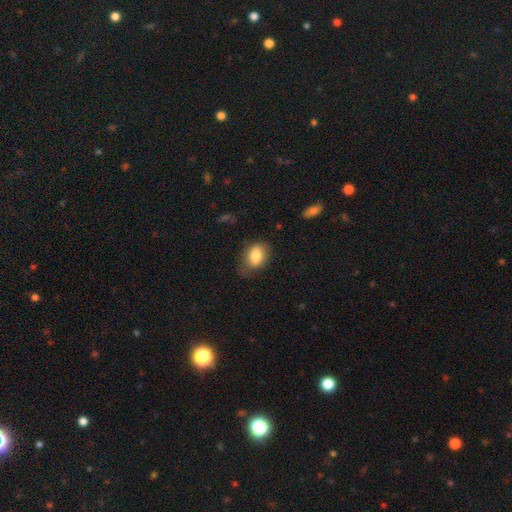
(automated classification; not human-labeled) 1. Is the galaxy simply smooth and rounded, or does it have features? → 83% smooth, 9% featured or disk, 8% star or artifact.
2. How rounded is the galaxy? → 71% in between, 28% round, 1% cigar-shaped.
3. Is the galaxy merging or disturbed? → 60% none, 29% minor disturbance, 9% major disturbance, 2% merger.